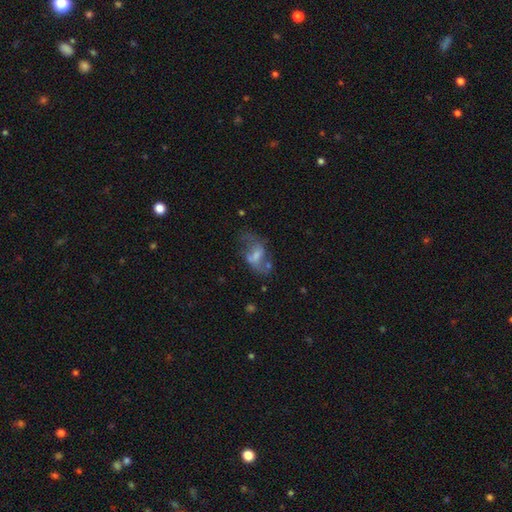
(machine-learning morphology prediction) Smooth or featured? Predicted: featured or disk (p=0.59). Edge-on disk? Predicted: no (p=0.94). Bar? Predicted: weak (p=0.44). Spiral arms? Predicted: yes (p=0.63). Bulge size? Predicted: small (p=0.38). Merging? Predicted: none (p=0.48).